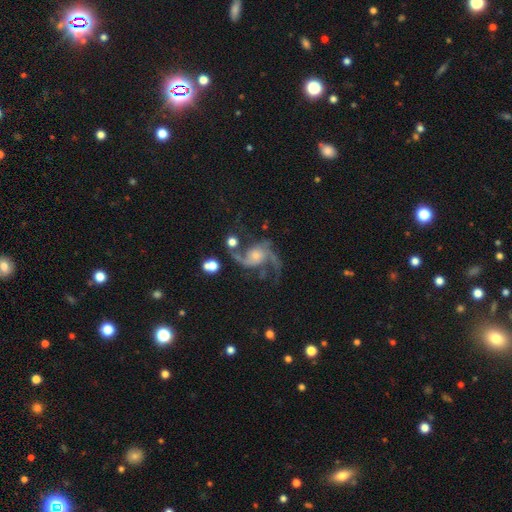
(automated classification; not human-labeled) Smooth or featured: featured or disk — 89% (star or artifact — 7%)
Edge-on disk: no — 98% (yes — 2%)
Bar: no — 65% (weak — 27%)
Spiral arms: yes — 97% (no — 3%)
Spiral winding: loose — 53% (medium — 39%)
Spiral arm count: 2 — 67% (3 — 18%)
Bulge size: small — 49% (moderate — 37%)
Merging: none — 61% (major disturbance — 17%)